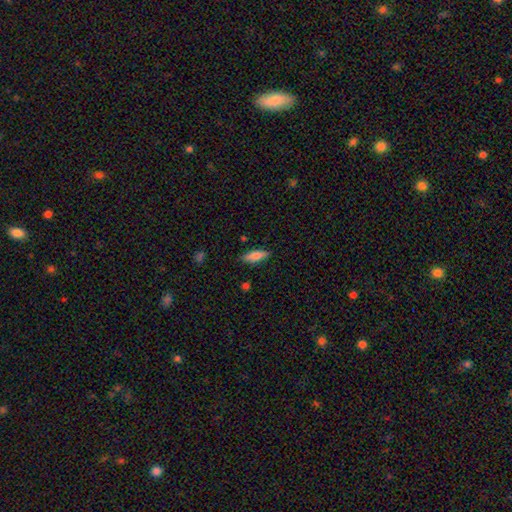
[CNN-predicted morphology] A smooth galaxy with no disk features (79%) that is in between round and cigar-shaped (54%). Merging: none (83%).